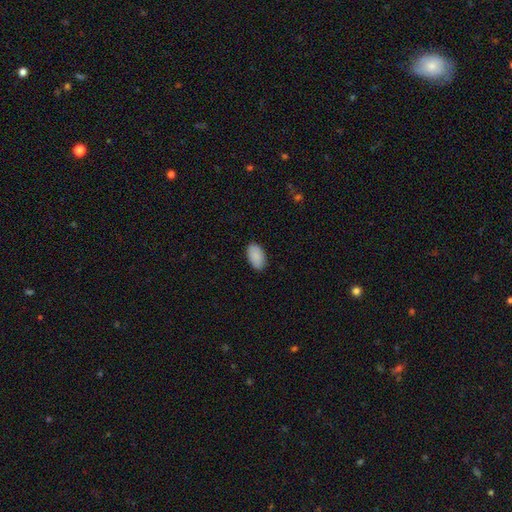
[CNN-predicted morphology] A smooth galaxy with no disk features (89%) that is in between round and cigar-shaped (94%). Merging: none (87%).